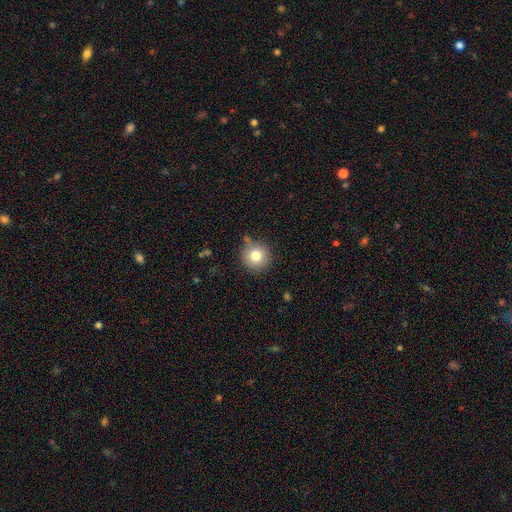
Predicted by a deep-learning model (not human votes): A smooth galaxy with no disk features (79%) that is round (94%). Merging: none (79%).